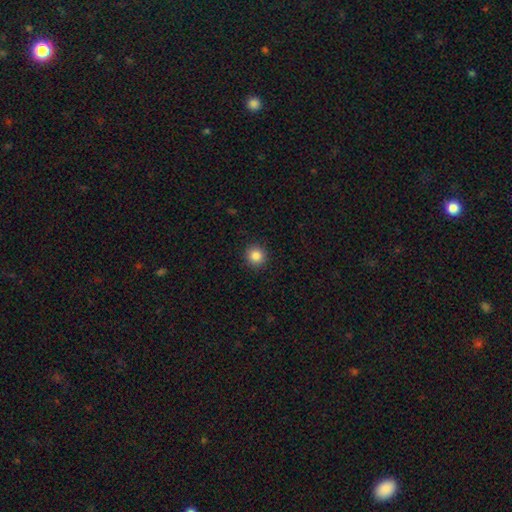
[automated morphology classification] type=smooth (86%); roundness=round (93%); merging=none (92%).